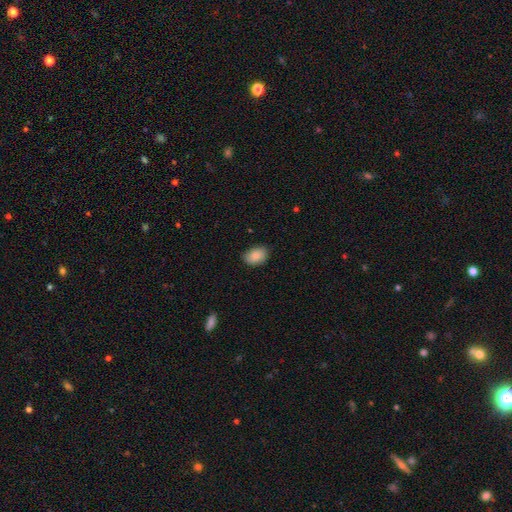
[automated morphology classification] type=smooth (87%); roundness=in between (79%); merging=none (83%).